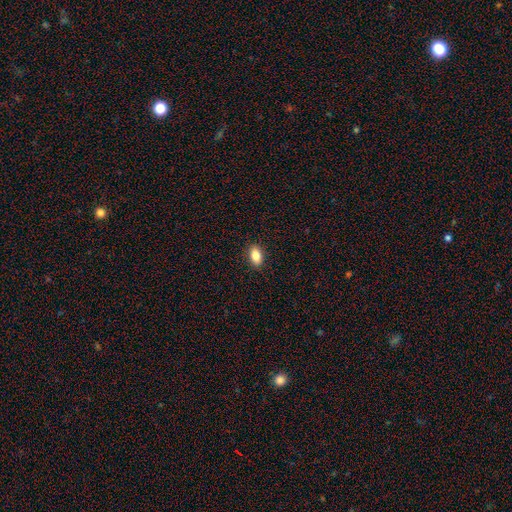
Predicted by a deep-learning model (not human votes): Q: Smooth or featured?
A: smooth (84%); runner-up: star or artifact (8%)
Q: How rounded?
A: in between (89%); runner-up: round (8%)
Q: Merging?
A: none (90%); runner-up: minor disturbance (8%)